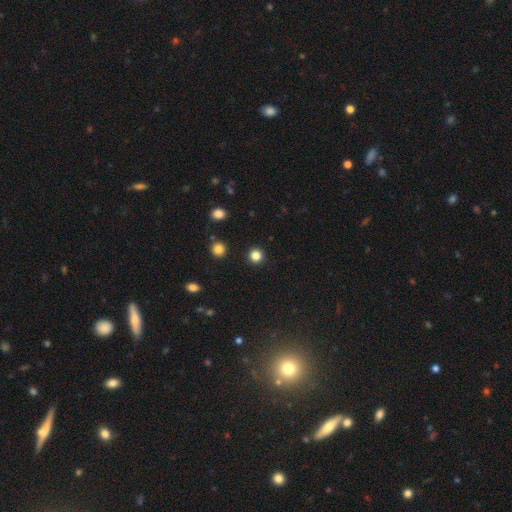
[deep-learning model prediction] This appears to be a smooth galaxy with no disk features (84%) that is round (95%). Merging: none (93%).